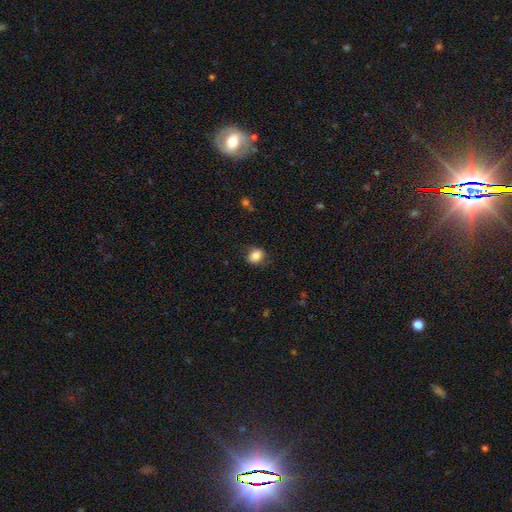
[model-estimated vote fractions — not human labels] The model was most divided on "how rounded": round: 58%, in between: 41%, cigar-shaped: 1%. More confident: smooth or featured — smooth (79%); merging — none (70%).